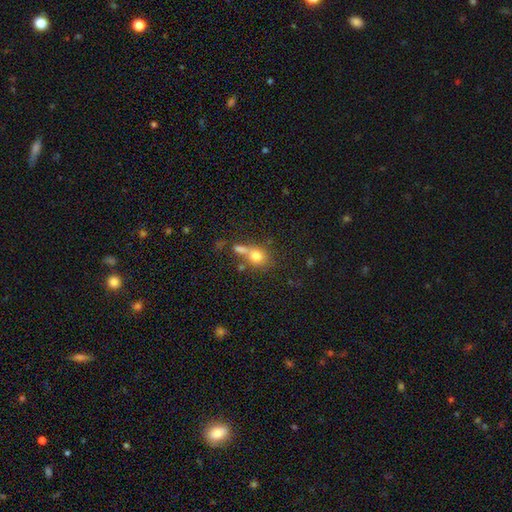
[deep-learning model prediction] smooth 74%, featured or disk 14%, star or artifact 12%. Down the decision tree: how rounded — round (66%); merging — none (43%).